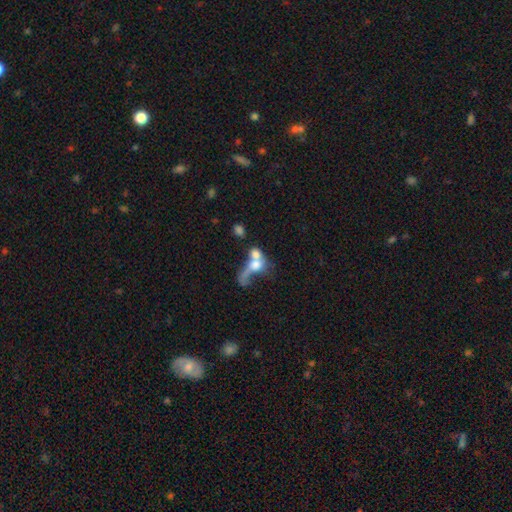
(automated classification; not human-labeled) This appears to be a smooth galaxy with no disk features (55%) that is in between round and cigar-shaped (51%). Merging: merger (66%).